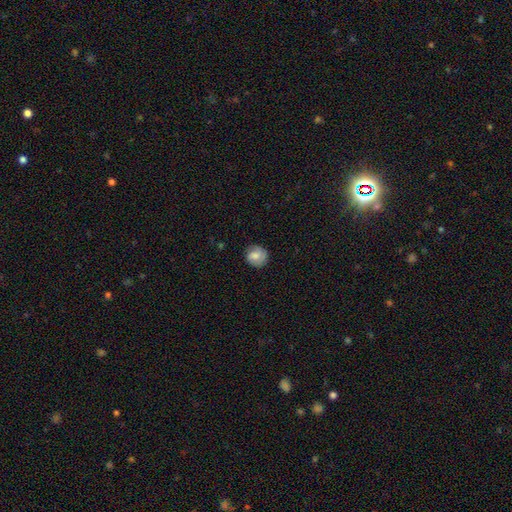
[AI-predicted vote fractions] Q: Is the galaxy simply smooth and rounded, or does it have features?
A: smooth — 71%.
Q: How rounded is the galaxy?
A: round — 84%.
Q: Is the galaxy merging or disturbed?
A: none — 76%.